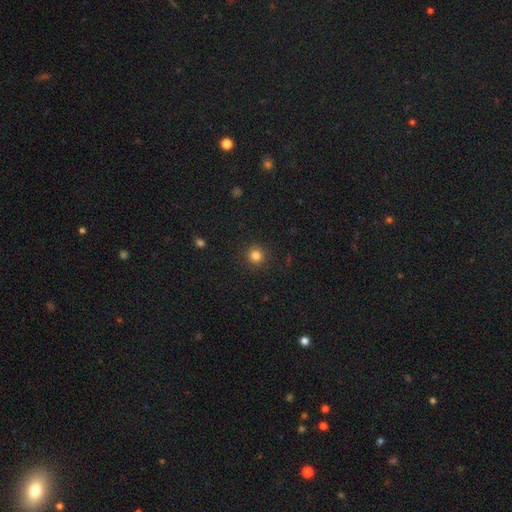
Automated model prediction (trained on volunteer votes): This is clearly a smooth galaxy (83%). How rounded: clearly round (92%). Merging: clearly none (90%).